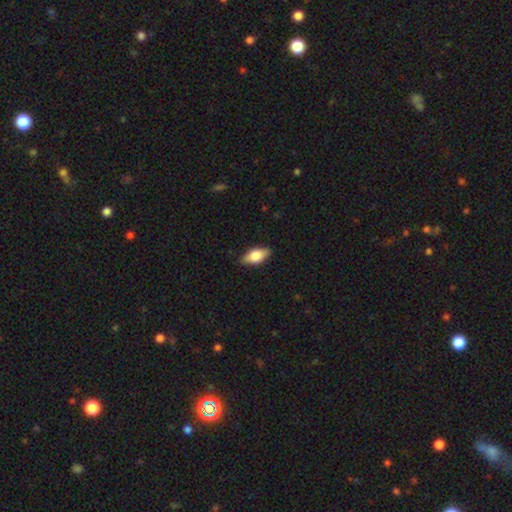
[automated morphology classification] A smooth galaxy with no disk features (70%) that is in between round and cigar-shaped (87%). Merging: none (86%).